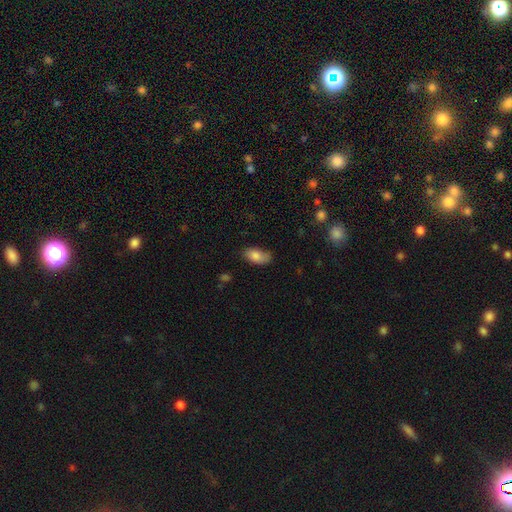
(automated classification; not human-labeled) Overall: smooth (82%). How rounded: in between (93%). Merging: none (67%).